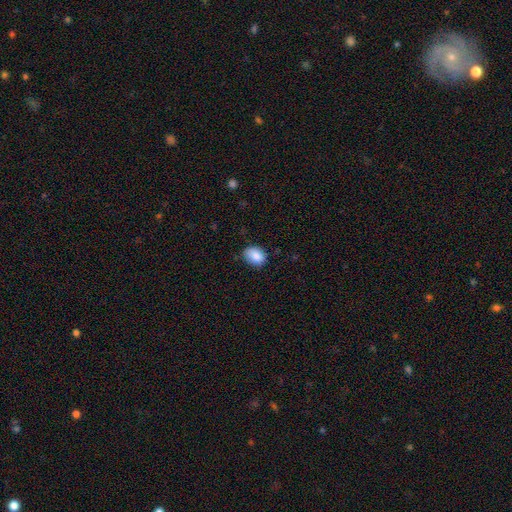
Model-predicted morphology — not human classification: Smooth or featured?
  - smooth: 87% *
  - star or artifact: 8%
  - featured or disk: 5%
How rounded?
  - in between: 68% *
  - round: 31%
  - cigar-shaped: 1%
Merging?
  - none: 72% *
  - minor disturbance: 23%
  - major disturbance: 4%
  - merger: 1%